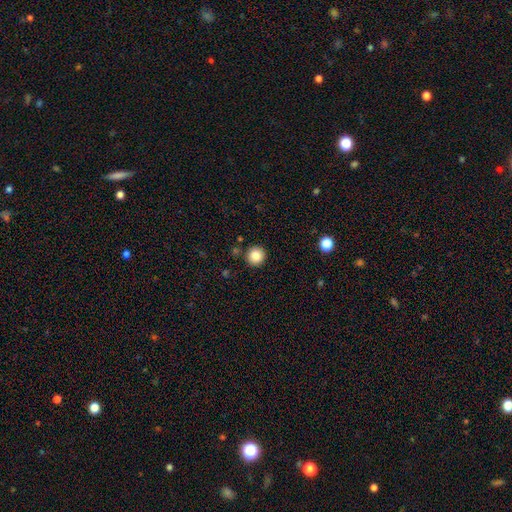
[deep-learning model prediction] smooth-or-featured: smooth: 86% | star or artifact: 10% | featured or disk: 5%
  how-rounded: round: 95% | in between: 4% | cigar-shaped: 1%
  merging: none: 90% | minor disturbance: 6% | merger: 2% | major disturbance: 2%